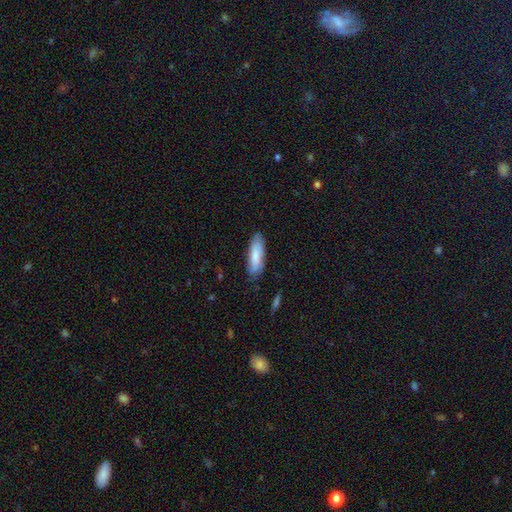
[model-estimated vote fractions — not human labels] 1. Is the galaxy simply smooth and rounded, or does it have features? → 80% smooth, 14% featured or disk, 6% star or artifact.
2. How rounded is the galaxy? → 53% in between, 46% cigar-shaped, 2% round.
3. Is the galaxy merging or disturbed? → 78% none, 17% minor disturbance, 3% major disturbance, 1% merger.